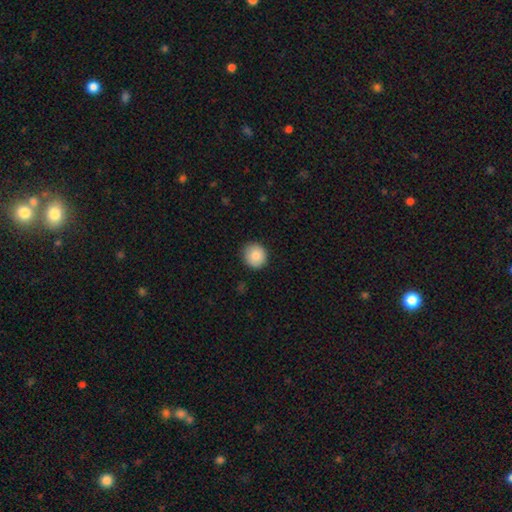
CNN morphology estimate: A smooth galaxy with no disk features (87%) that is round (90%).

Vote fractions:
- Smooth or featured? smooth: 87% / star or artifact: 8% / featured or disk: 5%
- How rounded? round: 90% / in between: 9% / cigar-shaped: 1%
- Merging? none: 89% / minor disturbance: 8% / major disturbance: 2% / merger: 1%